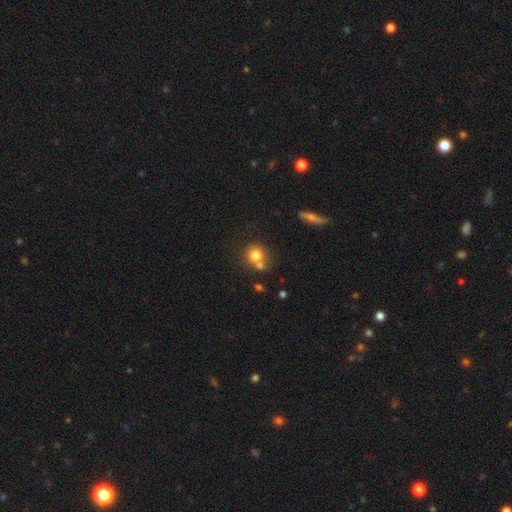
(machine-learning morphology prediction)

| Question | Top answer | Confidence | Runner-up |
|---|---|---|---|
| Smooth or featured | smooth | 77% | featured or disk (12%) |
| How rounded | round | 85% | in between (14%) |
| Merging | none | 50% | merger (35%) |